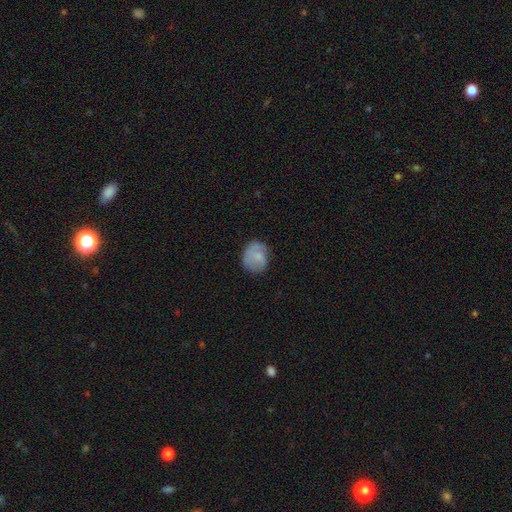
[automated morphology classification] Overall: smooth (71%). How rounded: round (66%; in between 33%). Merging: none (66%).